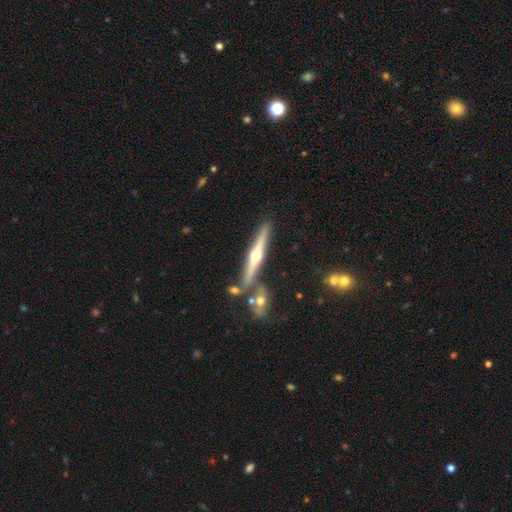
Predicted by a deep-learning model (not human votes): This appears to be a featured or disk galaxy (77%) viewed edge-on (98%) with a rounded central bulge (93%). Merging: none (80%).